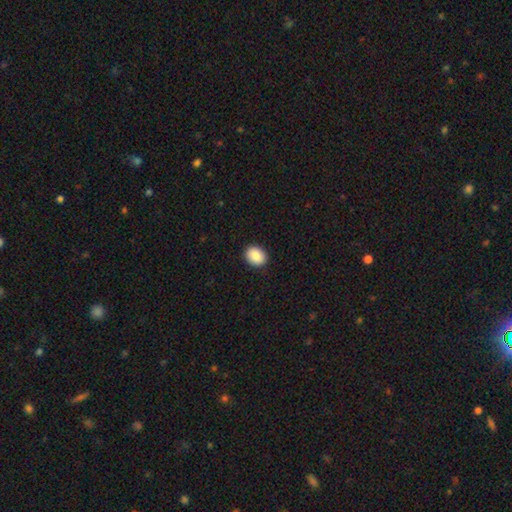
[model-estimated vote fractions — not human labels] smooth 88%, star or artifact 7%, featured or disk 5%. Down the decision tree: how rounded — in between (57%); merging — none (91%).